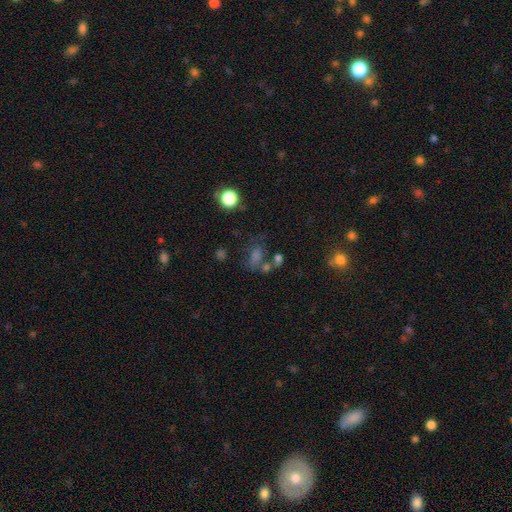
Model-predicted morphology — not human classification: Q: Smooth or featured?
A: smooth (48%); runner-up: star or artifact (32%)
Q: Merging?
A: none (49%); runner-up: merger (20%)